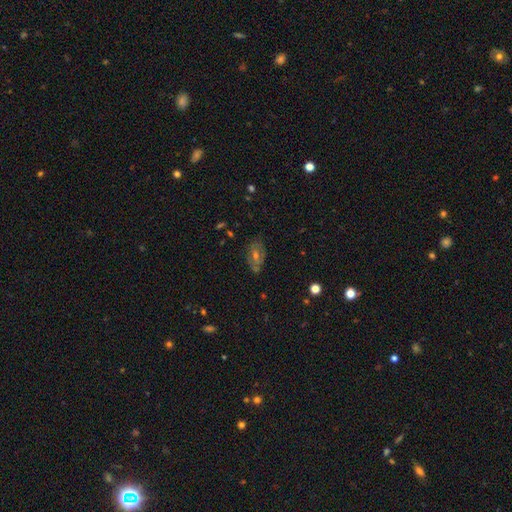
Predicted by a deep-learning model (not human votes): A featured or disk galaxy (49%).

Vote fractions:
- Smooth or featured? featured or disk: 49% / smooth: 29% / star or artifact: 21%
- Merging? none: 76% / minor disturbance: 16% / major disturbance: 6% / merger: 2%